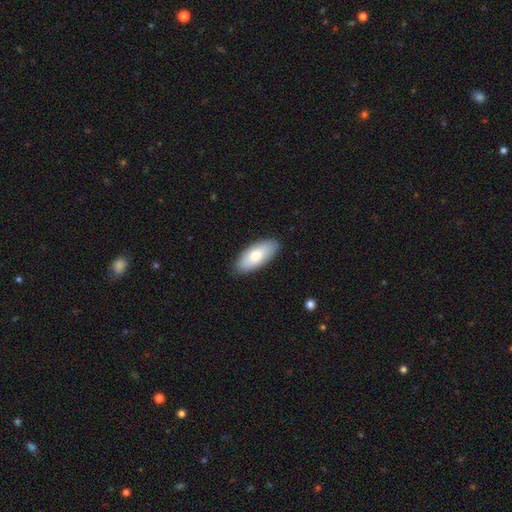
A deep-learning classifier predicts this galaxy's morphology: A smooth galaxy with no disk features (76%) that is in between round and cigar-shaped (87%).

Vote fractions:
- Smooth or featured? smooth: 76% / featured or disk: 19% / star or artifact: 5%
- How rounded? in between: 87% / cigar-shaped: 10% / round: 2%
- Merging? none: 87% / minor disturbance: 10% / major disturbance: 2% / merger: 1%